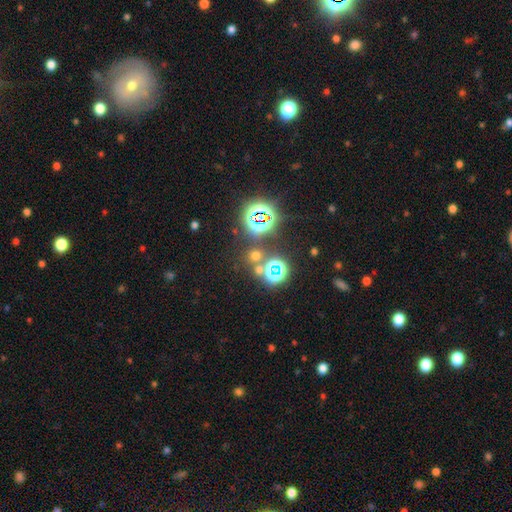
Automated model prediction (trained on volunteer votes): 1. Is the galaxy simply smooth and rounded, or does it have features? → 47% smooth, 45% star or artifact, 7% featured or disk.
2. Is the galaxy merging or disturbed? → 73% none, 16% merger, 8% minor disturbance, 4% major disturbance.